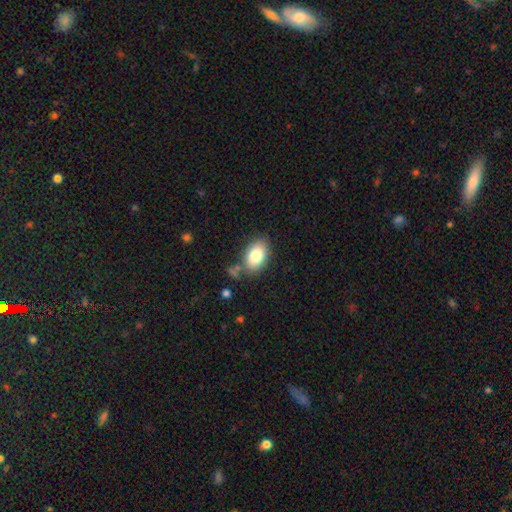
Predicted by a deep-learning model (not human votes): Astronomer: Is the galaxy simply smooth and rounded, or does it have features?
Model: smooth — 81%.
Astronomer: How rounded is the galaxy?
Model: in between — 89%.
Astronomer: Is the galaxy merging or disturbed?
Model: none — 74%.